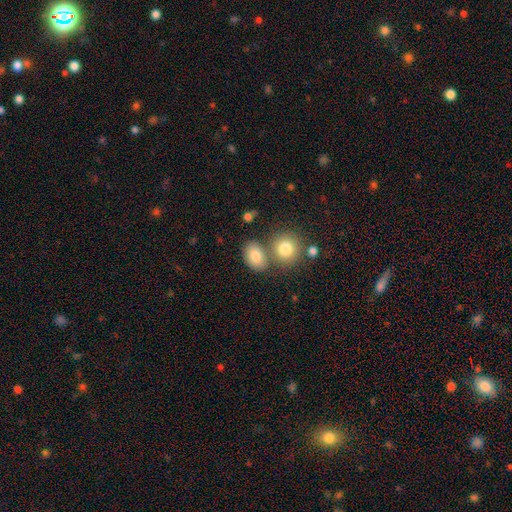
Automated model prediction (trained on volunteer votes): The model was most divided on "merging": none: 62%, merger: 24%, minor disturbance: 11%, major disturbance: 4%. More confident: smooth or featured — smooth (81%); how rounded — in between (72%).